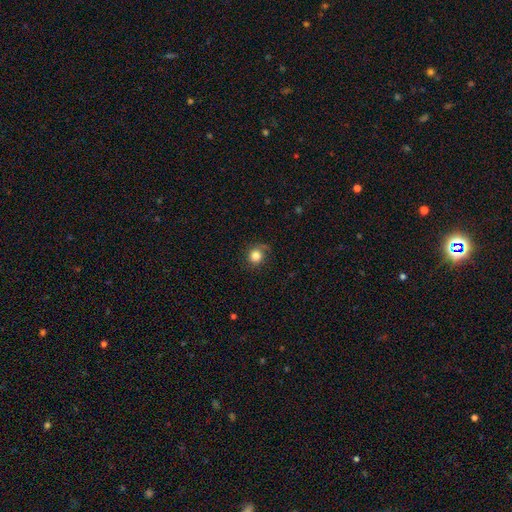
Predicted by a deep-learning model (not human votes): Overall: smooth (81%). How rounded: round (85%). Merging: none (71%).